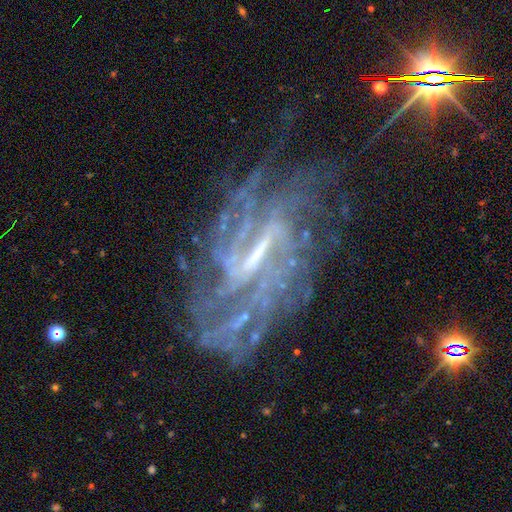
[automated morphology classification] The model was most divided on "spiral winding": medium: 41%, tight: 38%, loose: 21%. Remaining: edge-on disk — no (94%); spiral arms — yes (91%); smooth or featured — featured or disk (87%); bar — strong (55%); merging — none (54%); bulge size — small (45%); spiral arm count — can't tell (36%).